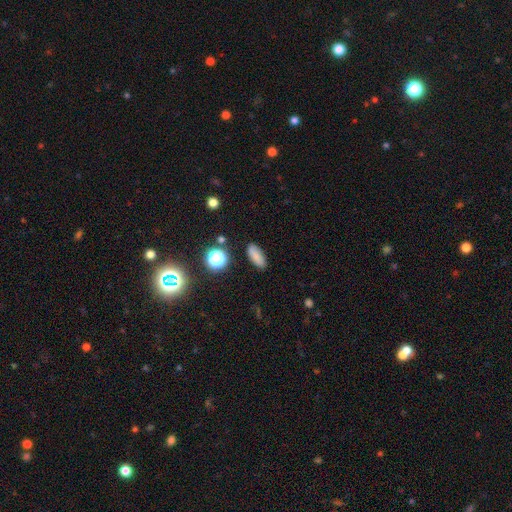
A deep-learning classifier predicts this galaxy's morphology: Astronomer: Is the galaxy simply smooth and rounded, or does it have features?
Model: smooth — 81%.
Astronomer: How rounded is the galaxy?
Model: in between — 72%.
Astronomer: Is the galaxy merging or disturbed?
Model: none — 87%.